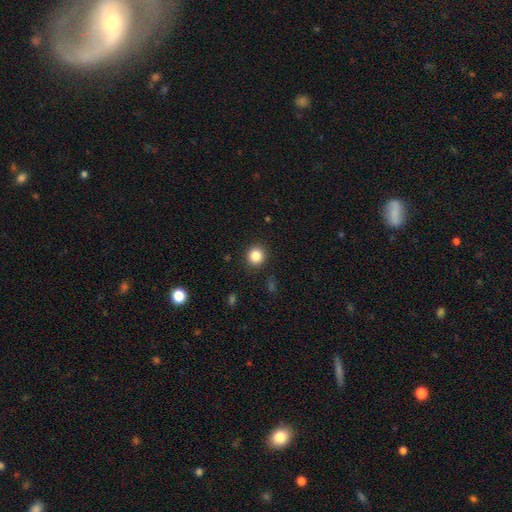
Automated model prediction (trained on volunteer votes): Smooth or featured? Predicted: smooth (p=0.84). How rounded? Predicted: round (p=0.91). Merging? Predicted: none (p=0.91).